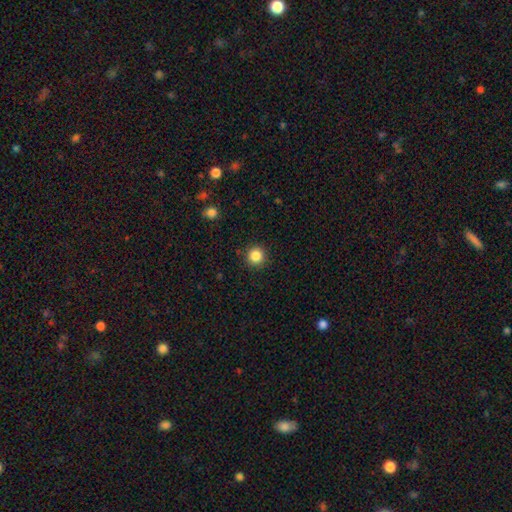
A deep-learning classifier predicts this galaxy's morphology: smooth_or_featured: smooth (p=0.85) [alt: star or artifact p=0.11]
how_rounded: round (p=0.95) [alt: in between p=0.04]
merging: none (p=0.91) [alt: minor disturbance p=0.06]